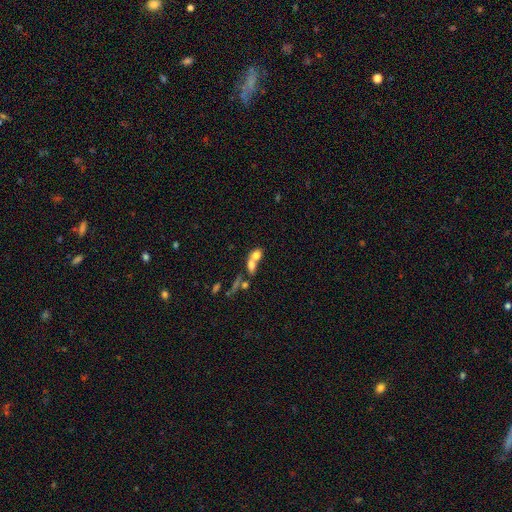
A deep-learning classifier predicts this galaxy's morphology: smooth_or_featured: smooth (p=0.69) [alt: featured or disk p=0.20]
how_rounded: in between (p=0.52) [alt: round p=0.44]
merging: merger (p=0.72) [alt: none p=0.18]